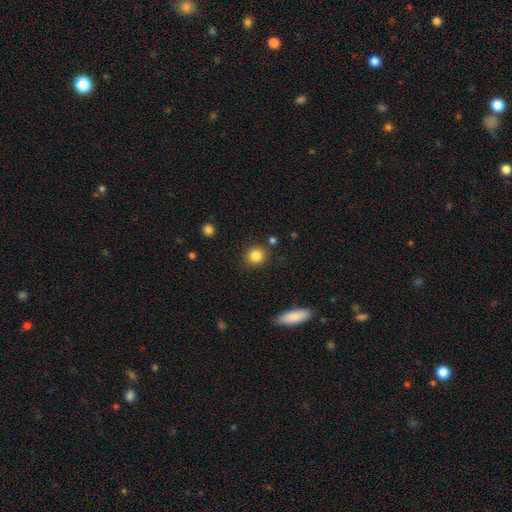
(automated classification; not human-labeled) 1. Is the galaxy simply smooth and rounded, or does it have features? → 85% smooth, 10% star or artifact, 5% featured or disk.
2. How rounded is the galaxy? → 86% round, 13% in between, 1% cigar-shaped.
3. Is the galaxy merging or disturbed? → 85% none, 8% minor disturbance, 4% merger, 3% major disturbance.